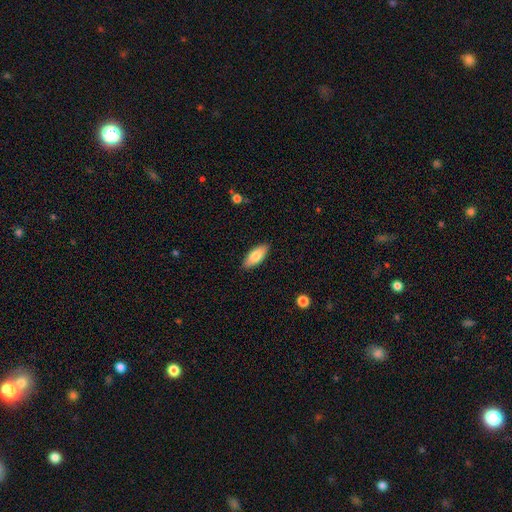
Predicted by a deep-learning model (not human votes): Smooth or featured? smooth (80%)
How rounded? in between (85%)
Merging? none (88%)